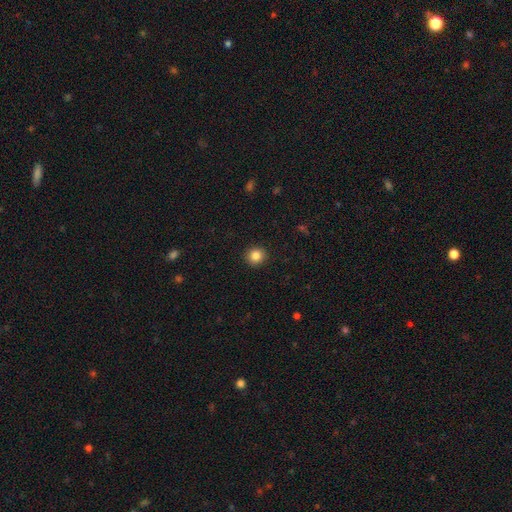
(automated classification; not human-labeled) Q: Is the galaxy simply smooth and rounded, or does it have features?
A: smooth — 85%.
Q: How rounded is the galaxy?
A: round — 92%.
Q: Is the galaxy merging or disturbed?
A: none — 92%.